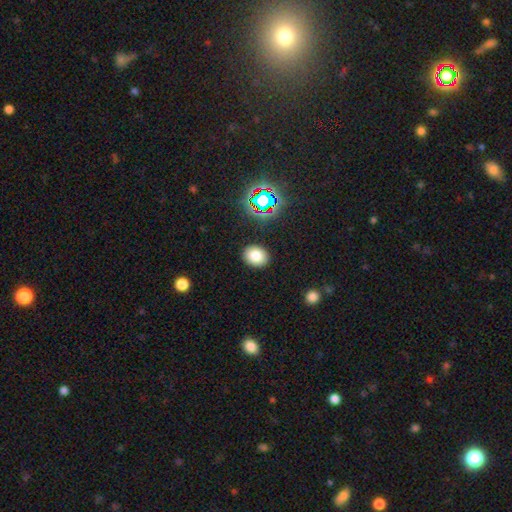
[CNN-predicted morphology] smooth 79%, star or artifact 14%, featured or disk 7%. Down the decision tree: how rounded — in between (56%); merging — none (89%).